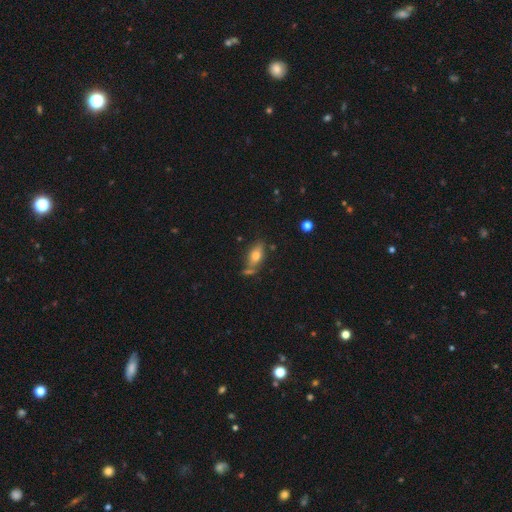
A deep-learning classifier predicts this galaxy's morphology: Smooth or featured? Predicted: smooth (p=0.70). How rounded? Predicted: in between (p=0.83). Merging? Predicted: none (p=0.61).